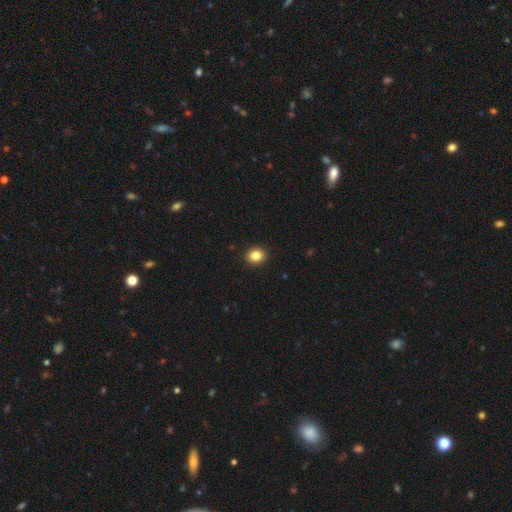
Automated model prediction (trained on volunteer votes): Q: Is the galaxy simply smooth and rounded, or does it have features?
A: smooth — 84%.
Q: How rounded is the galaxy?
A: round — 66%.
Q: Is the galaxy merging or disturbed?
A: none — 92%.